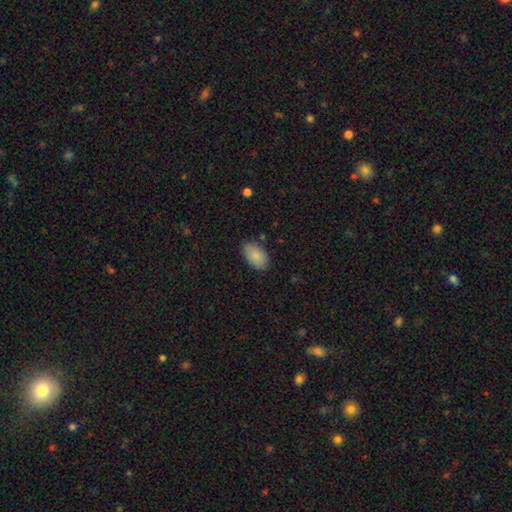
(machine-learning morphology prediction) Smooth or featured? Predicted: smooth (p=0.84). How rounded? Predicted: in between (p=0.93). Merging? Predicted: none (p=0.82).